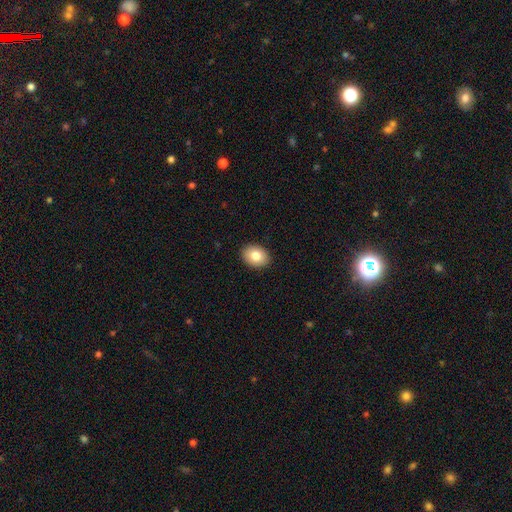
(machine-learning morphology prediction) type=smooth (83%); roundness=in between (69%); merging=none (91%).